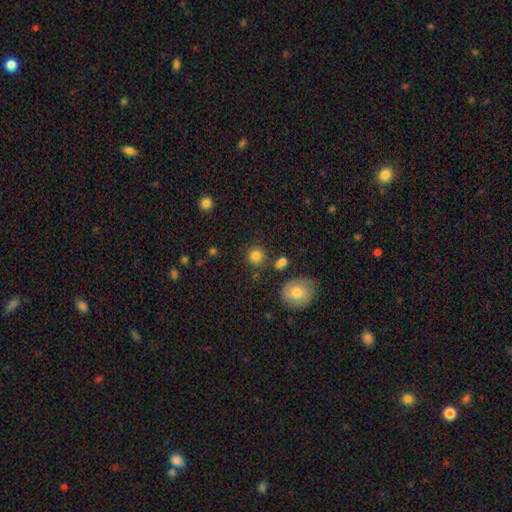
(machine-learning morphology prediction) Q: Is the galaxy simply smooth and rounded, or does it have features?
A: smooth — 83%.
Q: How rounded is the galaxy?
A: round — 89%.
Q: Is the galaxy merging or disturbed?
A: none — 80%.